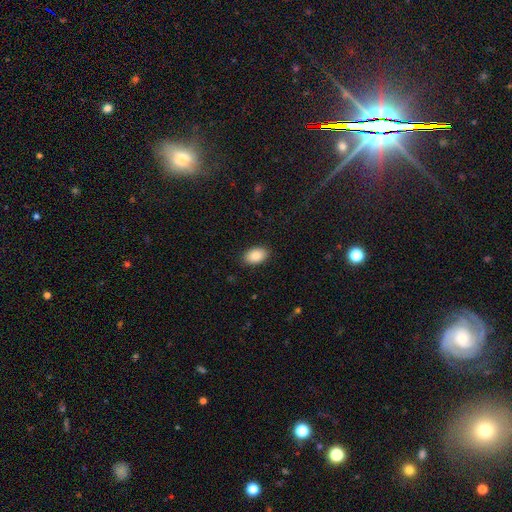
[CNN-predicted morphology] This is clearly a smooth galaxy (86%). How rounded: clearly in between (91%). Merging: clearly none (89%).